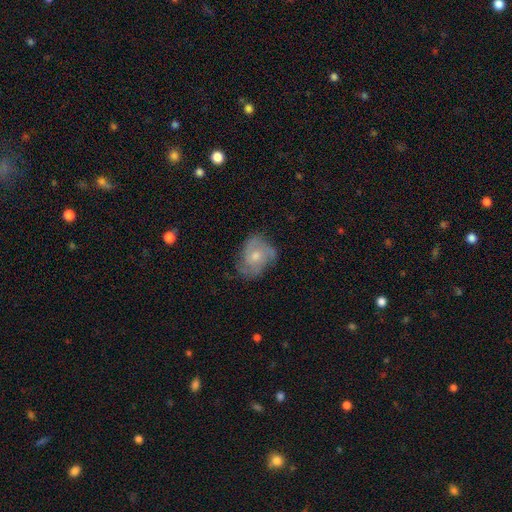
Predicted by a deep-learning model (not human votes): featured or disk 63%, smooth 30%, star or artifact 7%. Down the decision tree: edge-on disk — no (97%); bar — no (78%); spiral arms — yes (83%); spiral arm count — 2 (31%); spiral winding — medium (43%); bulge size — moderate (63%); merging — none (59%).